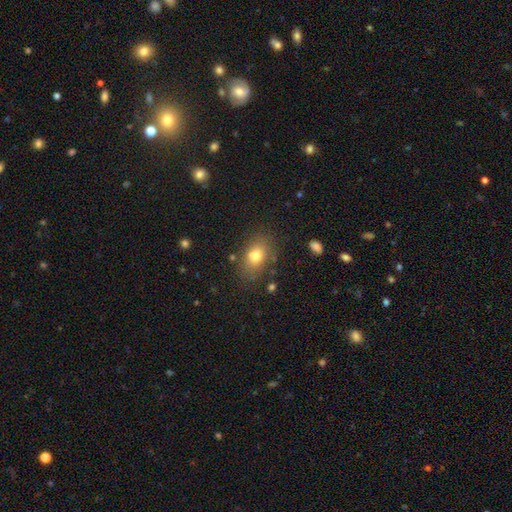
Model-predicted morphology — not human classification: Smooth or featured?
  - smooth: 75% *
  - featured or disk: 14%
  - star or artifact: 11%
How rounded?
  - in between: 79% *
  - round: 19%
  - cigar-shaped: 2%
Merging?
  - none: 77% *
  - minor disturbance: 14%
  - major disturbance: 5%
  - merger: 4%